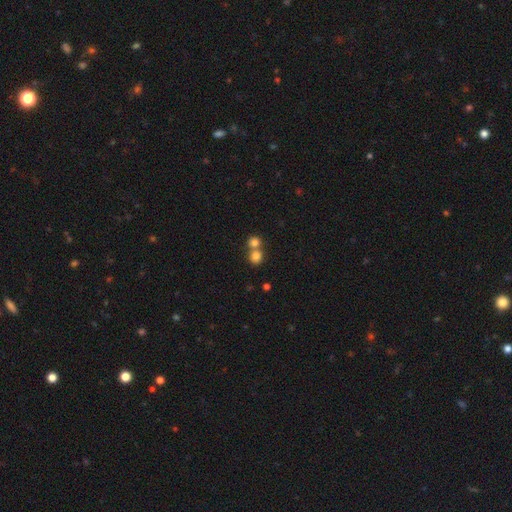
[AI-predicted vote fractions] smooth_or_featured: smooth (p=0.81) [alt: star or artifact p=0.11]
how_rounded: round (p=0.85) [alt: in between p=0.13]
merging: none (p=0.48) [alt: merger p=0.43]